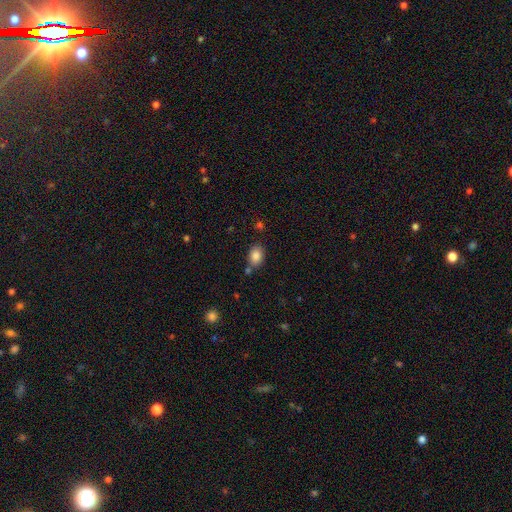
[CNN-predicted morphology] This is clearly a smooth galaxy (86%). How rounded: likely in between (73%). Merging: likely none (74%).